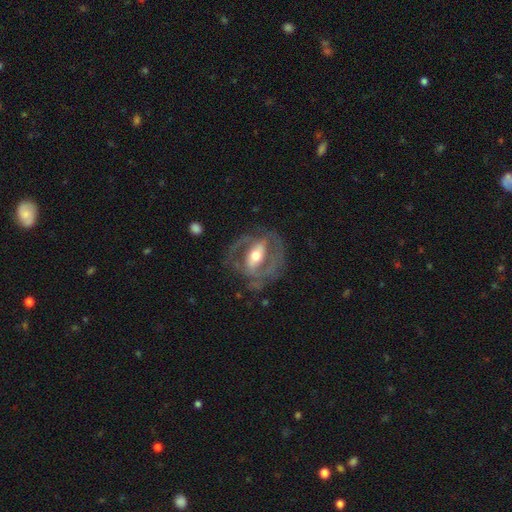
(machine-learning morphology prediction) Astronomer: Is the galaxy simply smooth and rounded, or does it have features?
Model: featured or disk — 78%.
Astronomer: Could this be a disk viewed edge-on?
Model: no — 91%.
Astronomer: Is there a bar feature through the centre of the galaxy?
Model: strong — 54%.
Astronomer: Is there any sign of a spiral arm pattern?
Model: yes — 65%.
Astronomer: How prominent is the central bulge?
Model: moderate — 69%.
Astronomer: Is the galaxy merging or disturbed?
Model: none — 67%.